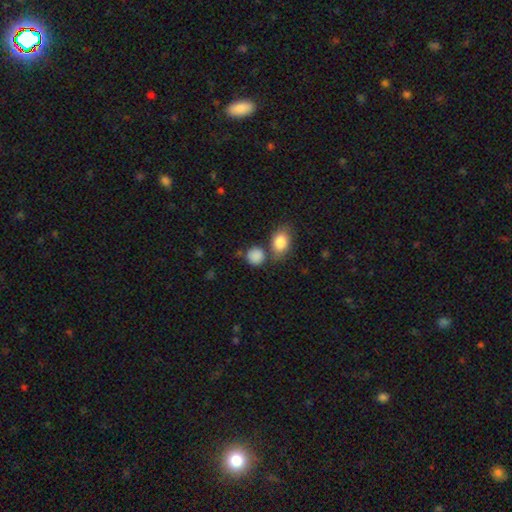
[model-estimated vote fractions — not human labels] smooth_or_featured: smooth (p=0.86) [alt: star or artifact p=0.09]
how_rounded: round (p=0.77) [alt: in between p=0.21]
merging: none (p=0.65) [alt: merger p=0.18]